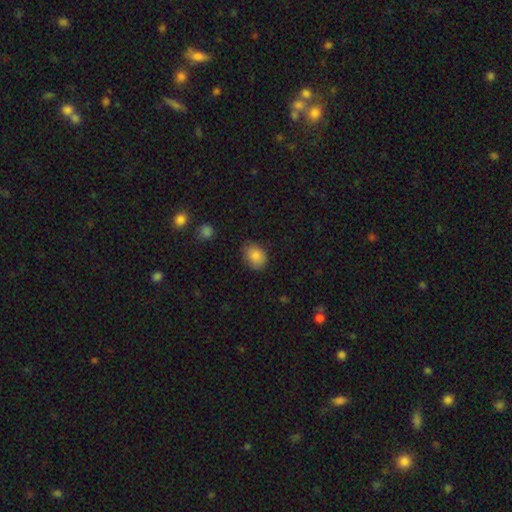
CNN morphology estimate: smooth 85%, star or artifact 8%, featured or disk 6%. Down the decision tree: how rounded — in between (66%); merging — none (77%).